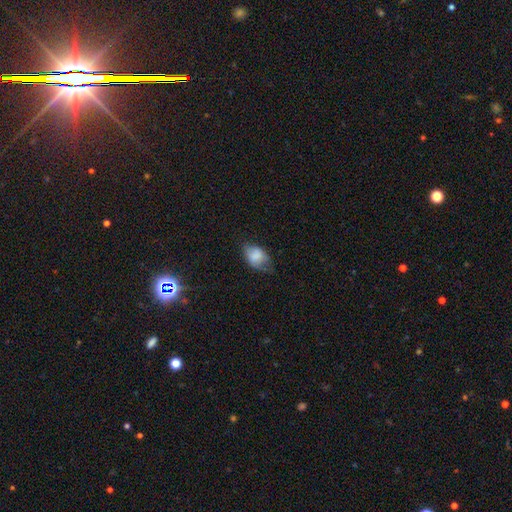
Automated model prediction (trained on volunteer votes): A smooth galaxy with no disk features (77%) that is in between round and cigar-shaped (81%). Merging: none (47%).